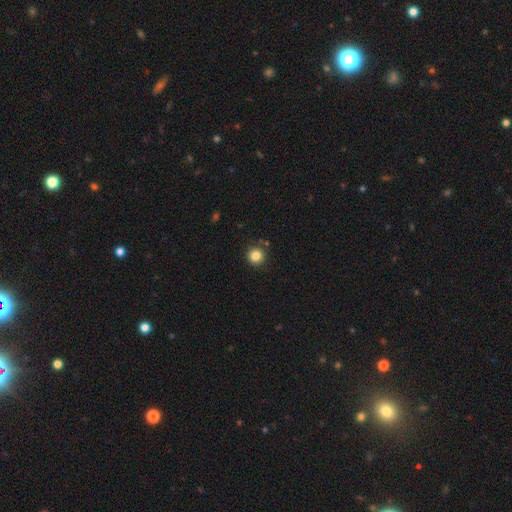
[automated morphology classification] This appears to be a smooth galaxy with no disk features (84%) that is round (94%). Merging: none (87%).